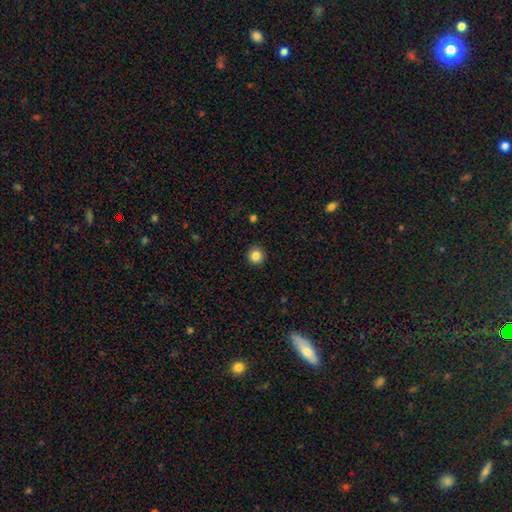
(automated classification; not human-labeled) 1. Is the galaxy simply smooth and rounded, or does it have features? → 85% smooth, 10% star or artifact, 5% featured or disk.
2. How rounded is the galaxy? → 95% round, 4% in between, 1% cigar-shaped.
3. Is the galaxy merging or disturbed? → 93% none, 5% minor disturbance, 2% major disturbance, 1% merger.